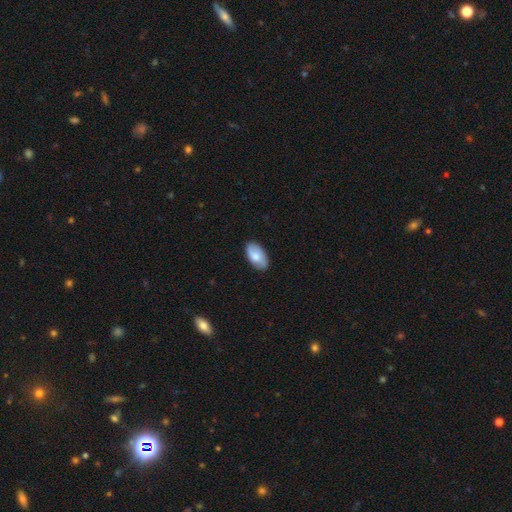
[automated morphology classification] Smooth or featured: smooth — 74% (featured or disk — 20%)
How rounded: in between — 95% (round — 3%)
Merging: none — 85% (minor disturbance — 12%)